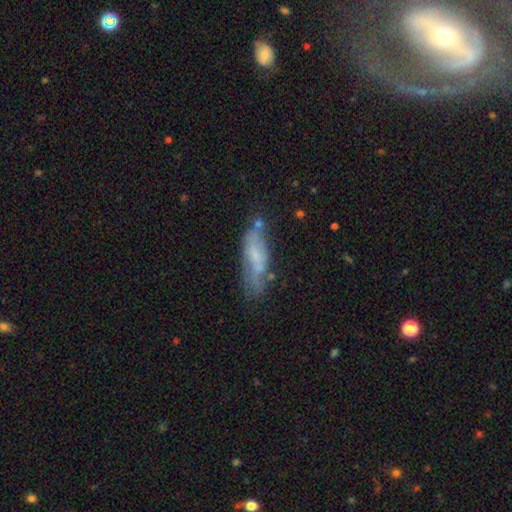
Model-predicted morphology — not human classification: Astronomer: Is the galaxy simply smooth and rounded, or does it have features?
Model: smooth — 48% (runner-up: featured or disk, 44%).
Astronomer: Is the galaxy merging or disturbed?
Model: none — 52%.